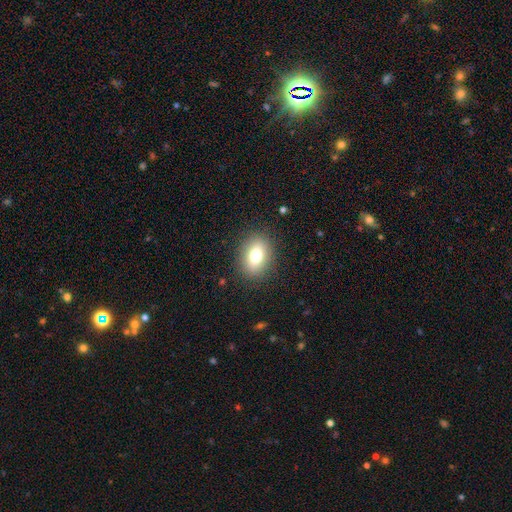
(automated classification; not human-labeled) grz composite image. It shows a smooth galaxy with no disk features (77%) that is in between round and cigar-shaped (74%). Merging: none (87%).